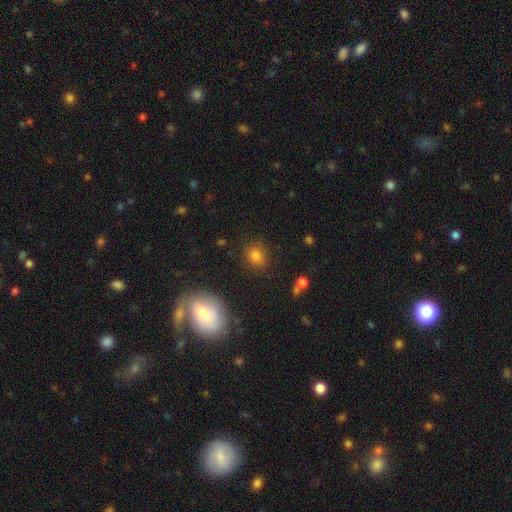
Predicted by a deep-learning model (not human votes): Smooth or featured: smooth — 78% (star or artifact — 15%)
How rounded: round — 71% (in between — 28%)
Merging: none — 84% (minor disturbance — 10%)